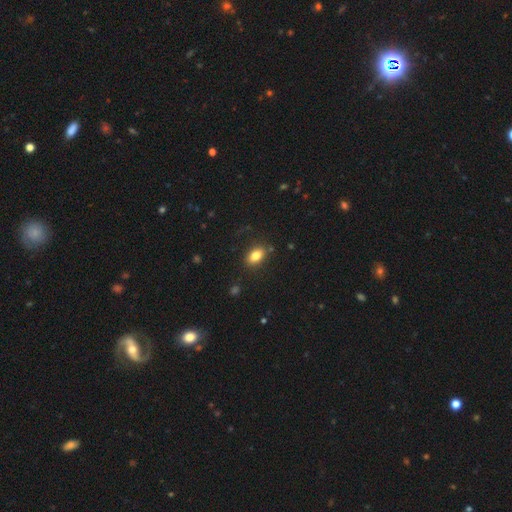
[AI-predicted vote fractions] Smooth or featured?
  - smooth: 82% *
  - star or artifact: 9%
  - featured or disk: 9%
How rounded?
  - in between: 86% *
  - round: 12%
  - cigar-shaped: 2%
Merging?
  - none: 84% *
  - minor disturbance: 11%
  - major disturbance: 3%
  - merger: 2%